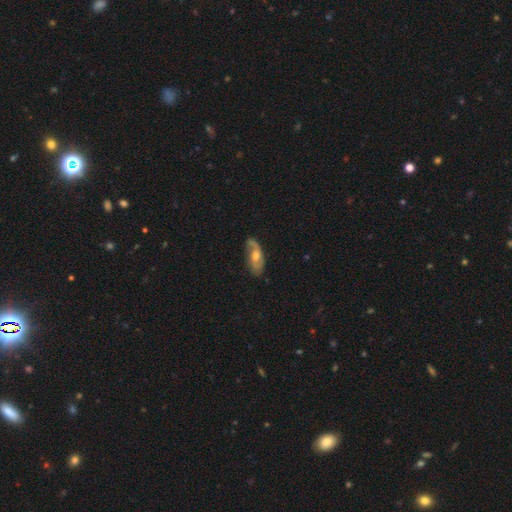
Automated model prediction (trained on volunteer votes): Morphology: type=featured or disk (63%); edge-on=no (86%); bar=no (63%); spiral arms=yes (81%); bulge=moderate (67%); merging=none (66%).